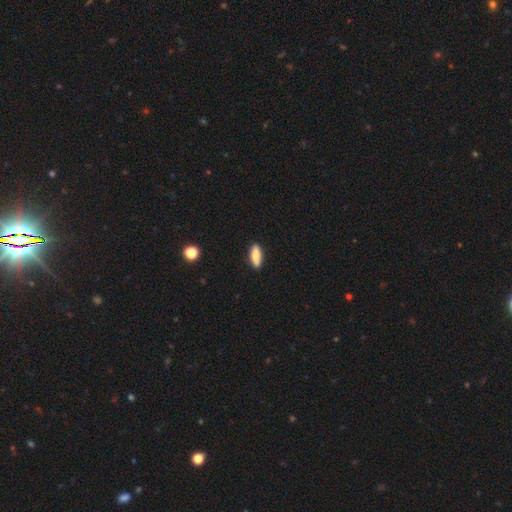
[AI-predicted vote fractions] A smooth galaxy with no disk features (76%) that is in between round and cigar-shaped (56%).

Vote fractions:
- Smooth or featured? smooth: 76% / featured or disk: 17% / star or artifact: 7%
- How rounded? in between: 56% / cigar-shaped: 41% / round: 3%
- Merging? none: 88% / minor disturbance: 9% / major disturbance: 2% / merger: 1%